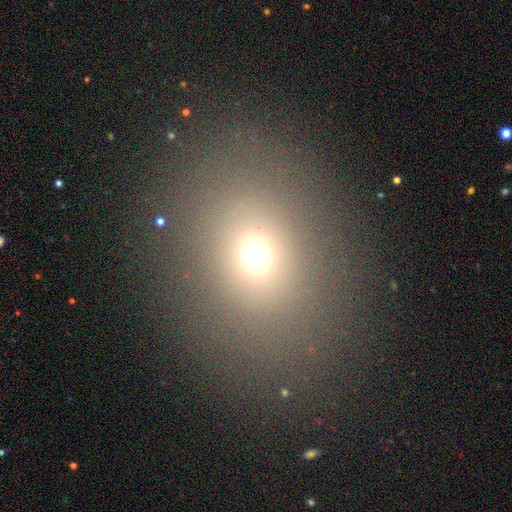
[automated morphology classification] smooth-or-featured: smooth: 68% | star or artifact: 22% | featured or disk: 11%
  how-rounded: round: 51% | in between: 48% | cigar-shaped: 1%
  merging: none: 85% | minor disturbance: 8% | major disturbance: 5% | merger: 2%